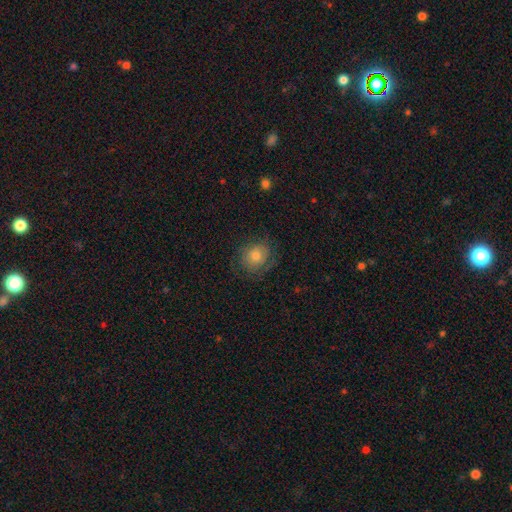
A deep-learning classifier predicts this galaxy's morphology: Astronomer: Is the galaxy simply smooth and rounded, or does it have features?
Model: smooth — 62%.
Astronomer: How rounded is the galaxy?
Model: round — 76%.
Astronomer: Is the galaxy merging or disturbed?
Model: none — 72%.